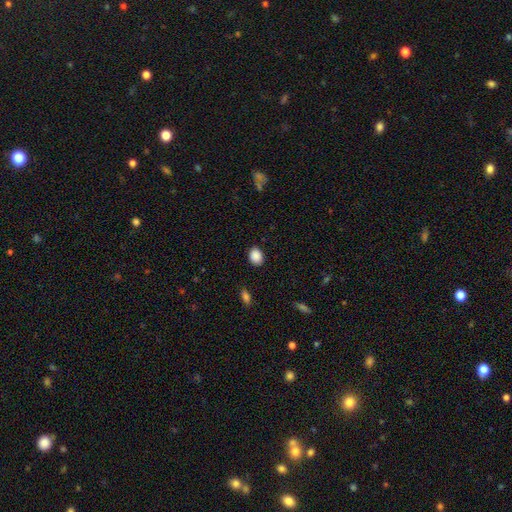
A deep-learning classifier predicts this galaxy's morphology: A smooth galaxy with no disk features (89%) that is in between round and cigar-shaped (65%).

Vote fractions:
- Smooth or featured? smooth: 89% / star or artifact: 8% / featured or disk: 3%
- How rounded? in between: 65% / round: 34% / cigar-shaped: 1%
- Merging? none: 87% / minor disturbance: 9% / major disturbance: 2% / merger: 1%